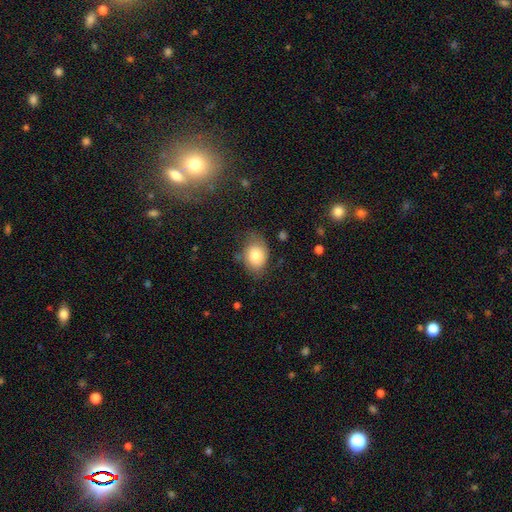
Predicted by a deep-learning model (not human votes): Morphology: type=smooth (78%); roundness=in between (66%); merging=none (61%).